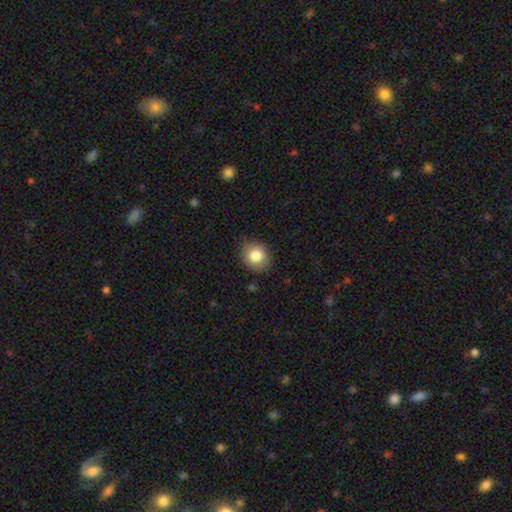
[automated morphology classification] smooth_or_featured: smooth (p=0.83) [alt: star or artifact p=0.09]
how_rounded: round (p=0.68) [alt: in between p=0.31]
merging: none (p=0.86) [alt: minor disturbance p=0.10]